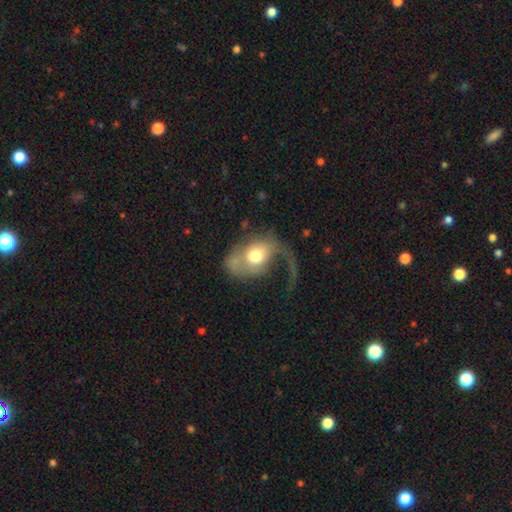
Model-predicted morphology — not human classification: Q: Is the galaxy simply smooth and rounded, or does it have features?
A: featured or disk — 50%.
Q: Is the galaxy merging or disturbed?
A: major disturbance — 60%.